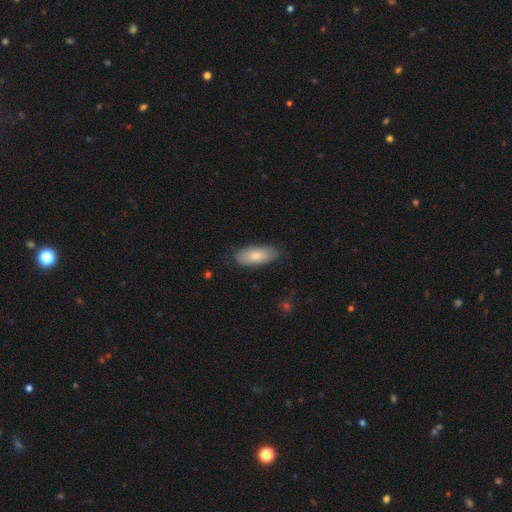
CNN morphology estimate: A smooth galaxy with no disk features (76%) that is in between round and cigar-shaped (85%).

Vote fractions:
- Smooth or featured? smooth: 76% / featured or disk: 18% / star or artifact: 6%
- How rounded? in between: 85% / cigar-shaped: 12% / round: 2%
- Merging? none: 79% / minor disturbance: 16% / major disturbance: 3% / merger: 1%